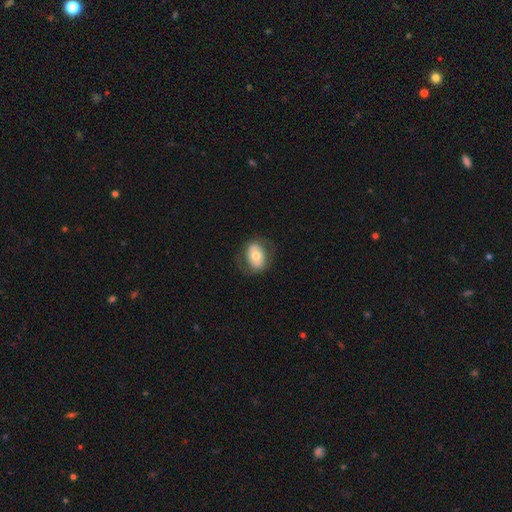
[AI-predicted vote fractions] The model was most divided on "smooth or featured": smooth: 61%, featured or disk: 32%, star or artifact: 7%. More confident: how rounded — in between (75%); merging — none (75%).